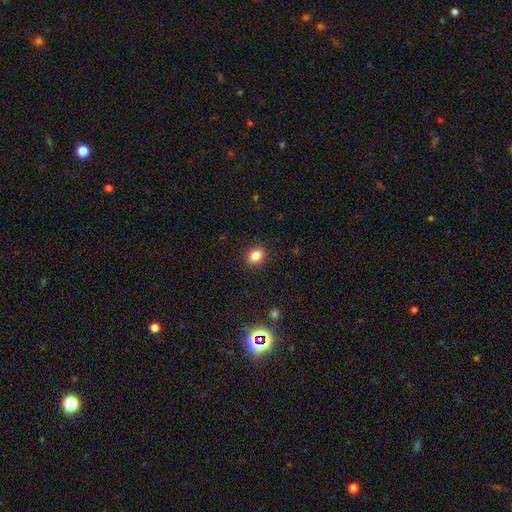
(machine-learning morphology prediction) A smooth galaxy with no disk features (84%) that is in between round and cigar-shaped (50%).

Vote fractions:
- Smooth or featured? smooth: 84% / star or artifact: 11% / featured or disk: 5%
- How rounded? in between: 50% / round: 49% / cigar-shaped: 1%
- Merging? none: 90% / minor disturbance: 7% / major disturbance: 2% / merger: 1%